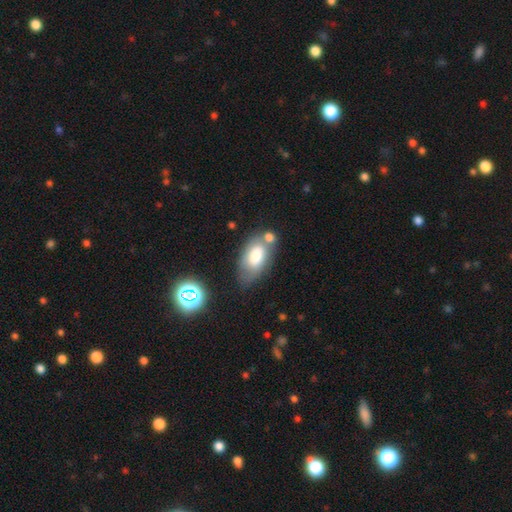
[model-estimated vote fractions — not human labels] Q: Smooth or featured?
A: smooth (74%); runner-up: featured or disk (17%)
Q: How rounded?
A: in between (92%); runner-up: round (5%)
Q: Merging?
A: none (49%); runner-up: merger (24%)